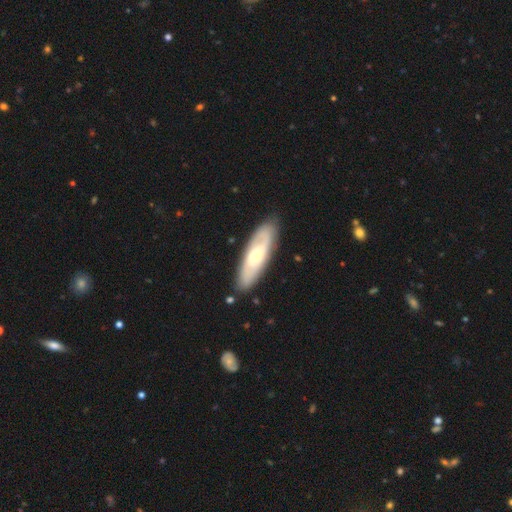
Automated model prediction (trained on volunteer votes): Q: Smooth or featured?
A: featured or disk (60%); runner-up: smooth (36%)
Q: Edge-on disk?
A: no (76%); runner-up: yes (24%)
Q: Merging?
A: none (86%); runner-up: minor disturbance (10%)